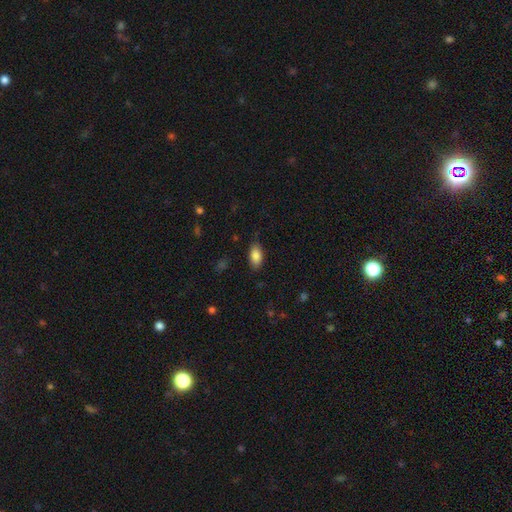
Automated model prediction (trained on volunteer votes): Morphology: type=smooth (85%); roundness=in between (91%); merging=none (82%).